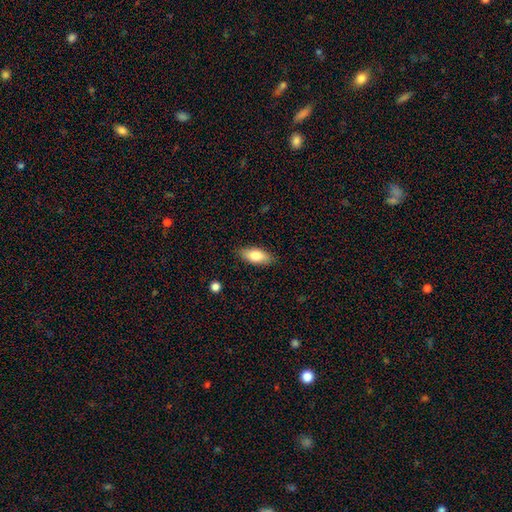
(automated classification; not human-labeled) Morphology: type=smooth (79%); roundness=in between (84%); merging=none (86%).